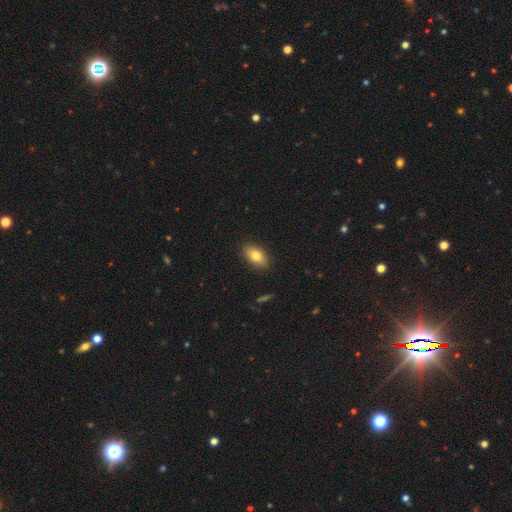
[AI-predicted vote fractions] Overall: smooth (79%). How rounded: in between (89%). Merging: none (88%).